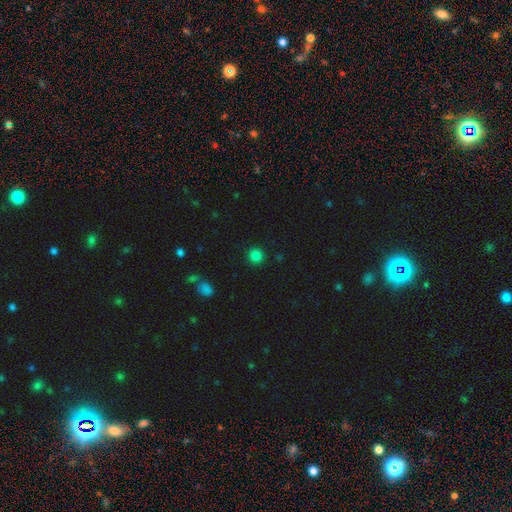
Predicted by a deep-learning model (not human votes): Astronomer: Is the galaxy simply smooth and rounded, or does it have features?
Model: smooth — 83%.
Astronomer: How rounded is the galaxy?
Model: round — 93%.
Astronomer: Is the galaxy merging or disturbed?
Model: none — 92%.